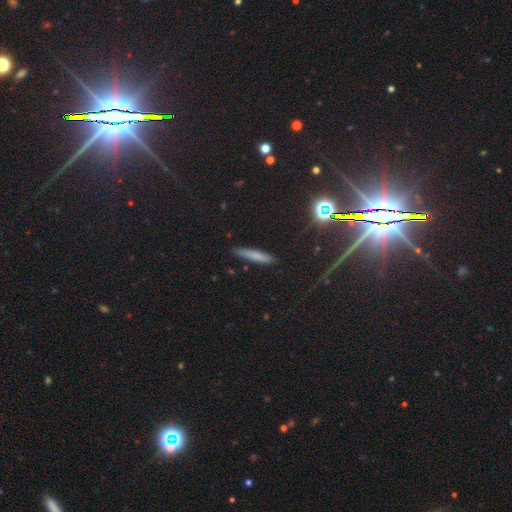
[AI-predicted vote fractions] A smooth galaxy with no disk features (73%) that is cigar-shaped (91%).

Vote fractions:
- Smooth or featured? smooth: 73% / featured or disk: 15% / star or artifact: 12%
- How rounded? cigar-shaped: 91% / in between: 7% / round: 2%
- Merging? none: 86% / minor disturbance: 11% / major disturbance: 2% / merger: 2%